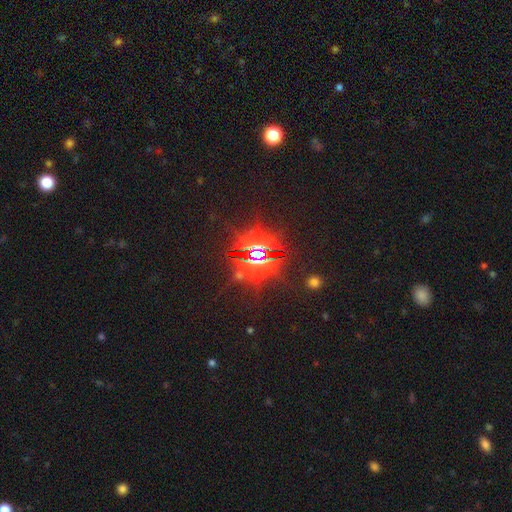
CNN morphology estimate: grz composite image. It shows a star or artifact, not a galaxy (82%).